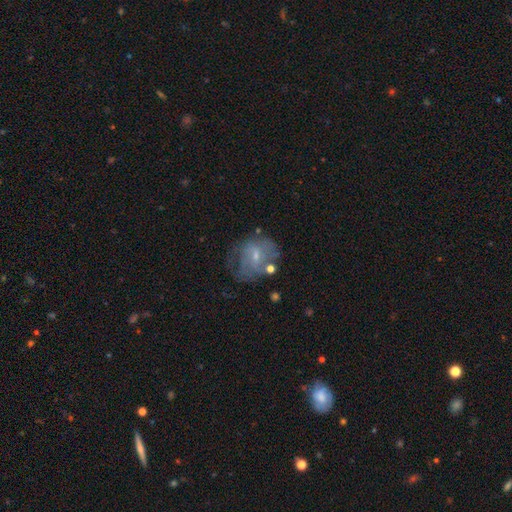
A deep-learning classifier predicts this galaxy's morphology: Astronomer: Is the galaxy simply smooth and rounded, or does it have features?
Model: featured or disk — 56% (runner-up: smooth, 33%).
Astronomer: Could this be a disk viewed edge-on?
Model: no — 97%.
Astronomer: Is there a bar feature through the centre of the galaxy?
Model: no — 47% (runner-up: weak, 45%).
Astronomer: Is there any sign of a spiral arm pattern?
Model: yes — 58% (runner-up: no, 42%).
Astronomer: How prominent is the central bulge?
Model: small — 65%.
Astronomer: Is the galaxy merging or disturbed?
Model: none — 45% (runner-up: minor disturbance, 26%).